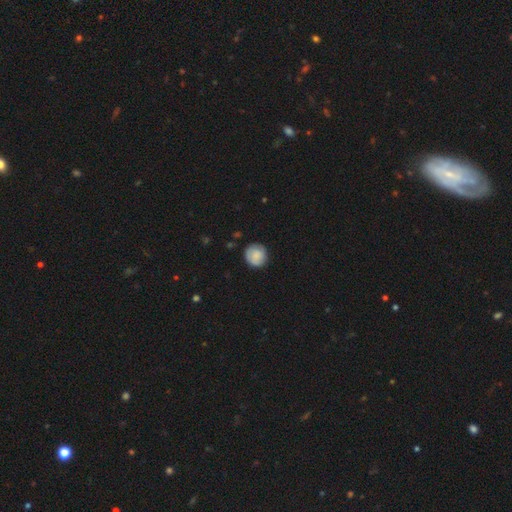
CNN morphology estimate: Smooth or featured? smooth (78%)
How rounded? round (90%)
Merging? none (80%)